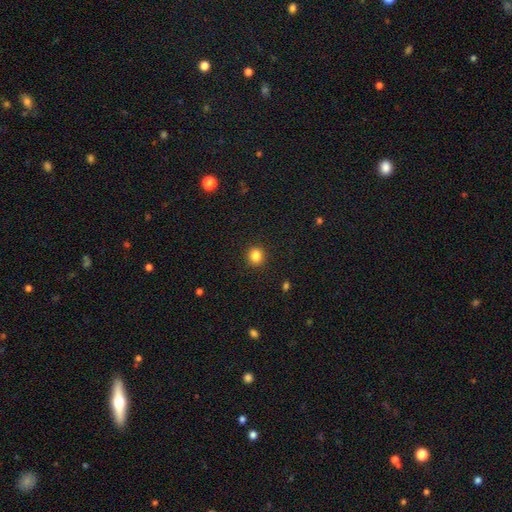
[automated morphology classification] This is clearly a smooth galaxy (84%). How rounded: clearly round (86%). Merging: clearly none (92%).